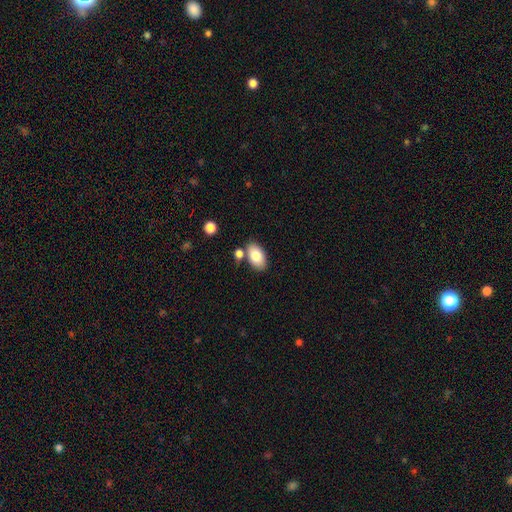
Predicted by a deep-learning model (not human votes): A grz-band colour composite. It shows a smooth galaxy with no disk features (81%) that is in between round and cigar-shaped (92%). Merging: none (73%).